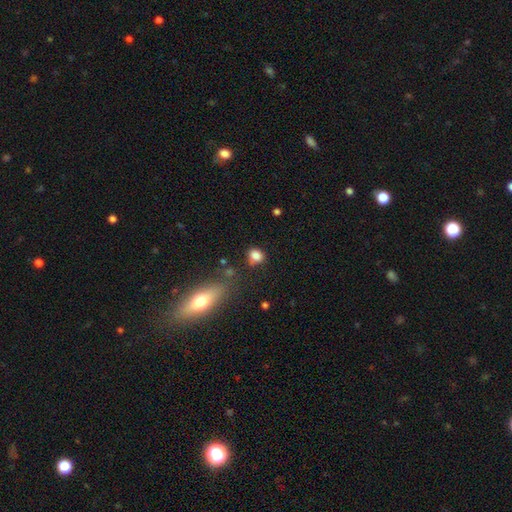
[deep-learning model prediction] smooth_or_featured: smooth (p=0.82) [alt: star or artifact p=0.11]
how_rounded: round (p=0.54) [alt: in between p=0.44]
merging: none (p=0.66) [alt: minor disturbance p=0.19]